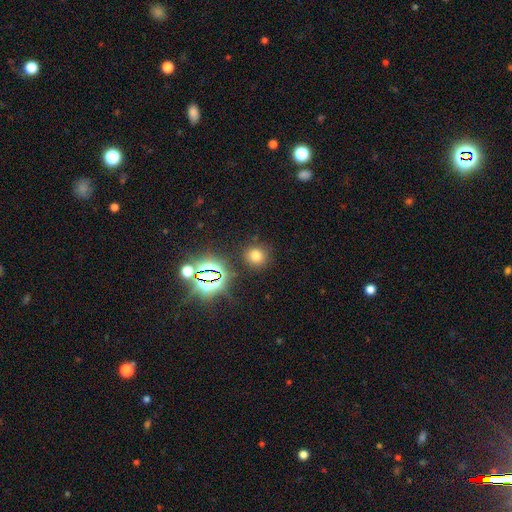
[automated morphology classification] type=smooth (68%); roundness=round (88%); merging=none (85%).